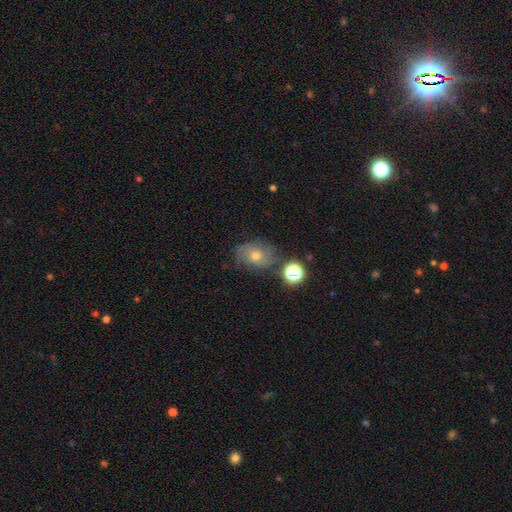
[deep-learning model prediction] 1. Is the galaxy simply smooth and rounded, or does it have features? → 41% featured or disk, 39% smooth, 20% star or artifact.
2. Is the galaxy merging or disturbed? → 67% none, 20% minor disturbance, 8% major disturbance, 6% merger.